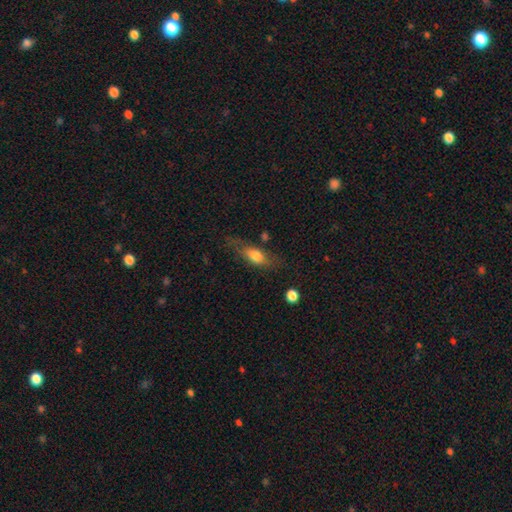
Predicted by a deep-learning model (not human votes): Smooth or featured? smooth (67%)
How rounded? in between (66%)
Merging? none (62%)